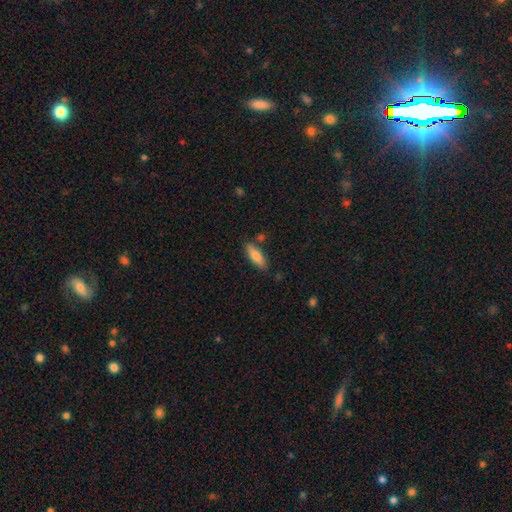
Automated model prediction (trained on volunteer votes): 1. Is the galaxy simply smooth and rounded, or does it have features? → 76% smooth, 18% featured or disk, 6% star or artifact.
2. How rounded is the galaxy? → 51% in between, 47% cigar-shaped, 2% round.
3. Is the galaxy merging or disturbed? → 80% none, 13% minor disturbance, 5% merger, 3% major disturbance.